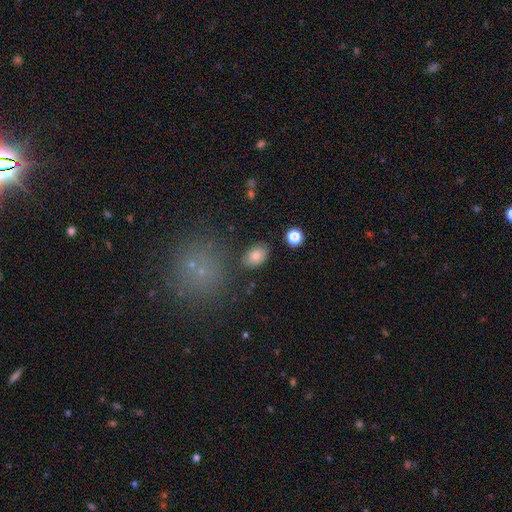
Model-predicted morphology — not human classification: Q: Smooth or featured?
A: smooth (81%); runner-up: star or artifact (10%)
Q: How rounded?
A: in between (86%); runner-up: round (13%)
Q: Merging?
A: none (82%); runner-up: minor disturbance (11%)